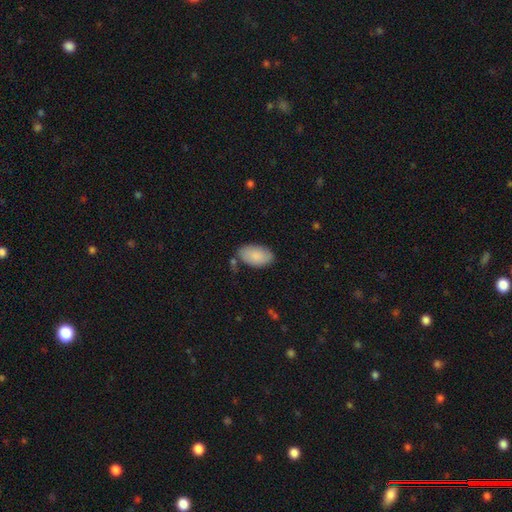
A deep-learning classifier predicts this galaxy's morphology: Q: Smooth or featured?
A: smooth (87%); runner-up: featured or disk (8%)
Q: How rounded?
A: in between (95%); runner-up: round (3%)
Q: Merging?
A: none (73%); runner-up: minor disturbance (18%)